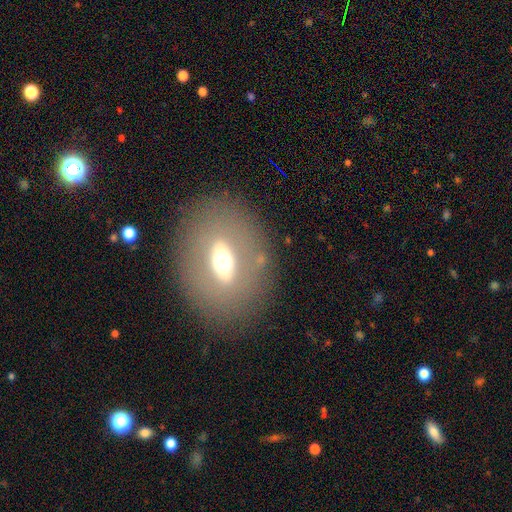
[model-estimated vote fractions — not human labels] A smooth galaxy with no disk features (46%). Merging: none (84%).